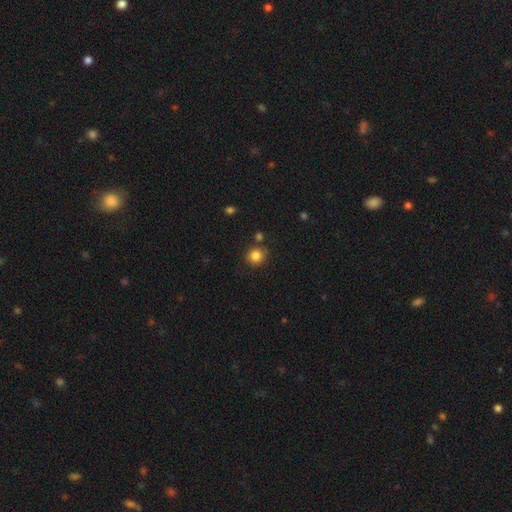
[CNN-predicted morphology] A smooth galaxy with no disk features (84%) that is round (90%). Merging: none (82%).